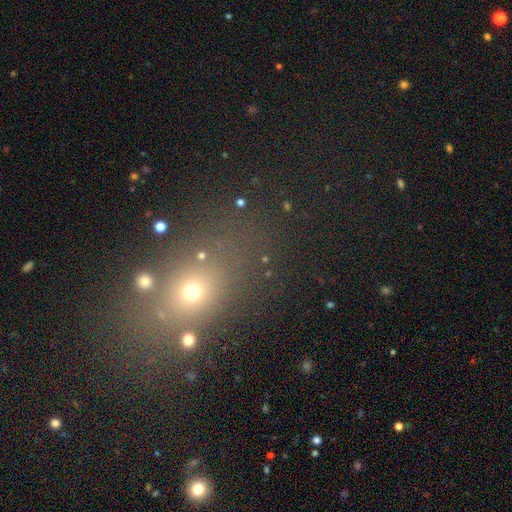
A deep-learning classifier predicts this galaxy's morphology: Smooth or featured? smooth (50%)
Merging? none (78%)